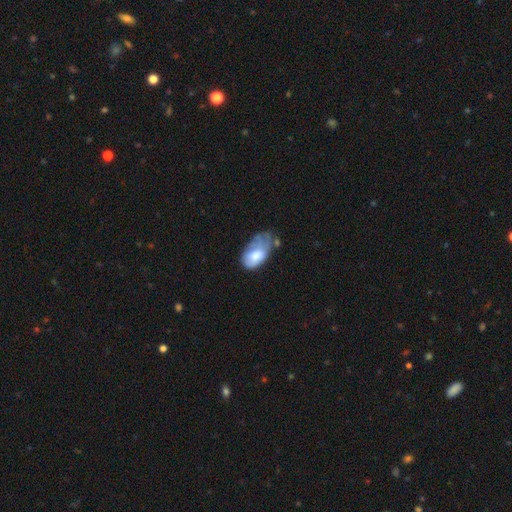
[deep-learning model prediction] Smooth or featured? smooth (66%)
How rounded? in between (92%)
Merging? minor disturbance (38%)